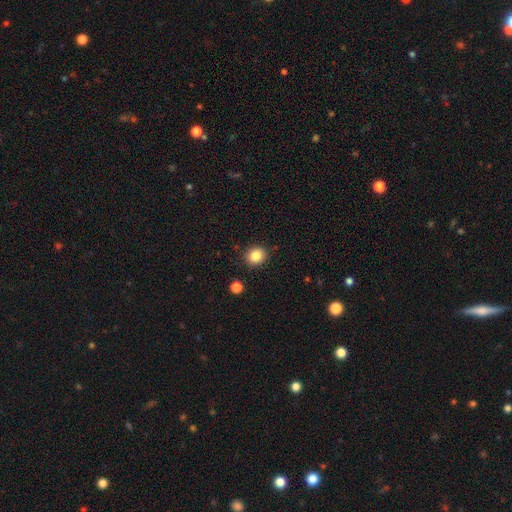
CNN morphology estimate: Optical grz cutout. It shows a smooth galaxy with no disk features (85%) that is round (77%). Merging: none (89%).